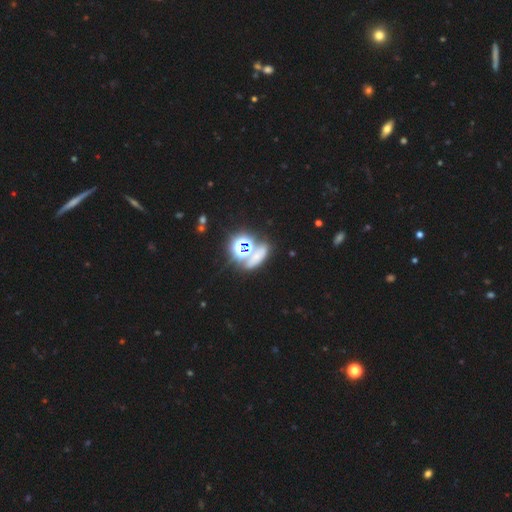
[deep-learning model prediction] Smooth or featured? star or artifact (50%)